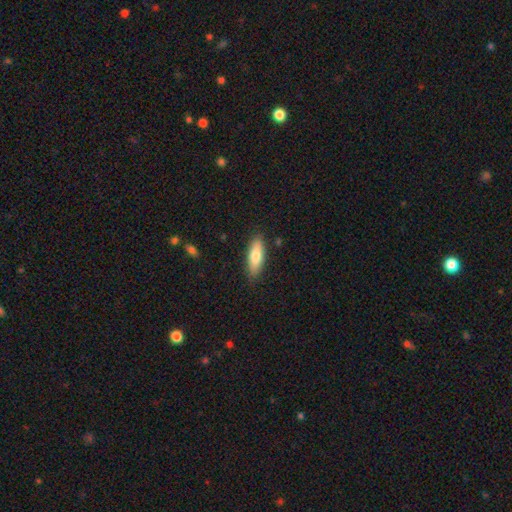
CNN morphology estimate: Overall: smooth (79%). How rounded: in between (61%; cigar-shaped 37%). Merging: none (86%).